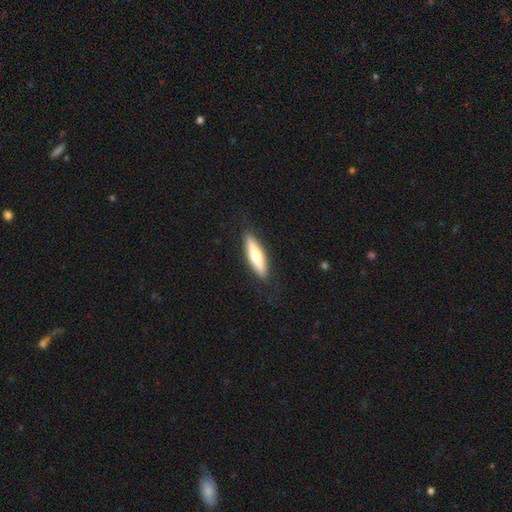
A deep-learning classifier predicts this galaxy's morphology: smooth-or-featured: smooth: 57% | featured or disk: 38% | star or artifact: 5%
  how-rounded: cigar-shaped: 73% | in between: 25% | round: 2%
  merging: none: 86% | minor disturbance: 11% | major disturbance: 3% | merger: 1%